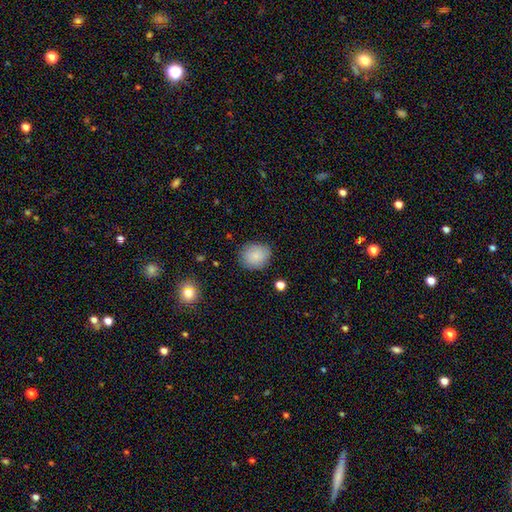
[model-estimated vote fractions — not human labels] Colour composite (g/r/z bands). It shows a smooth galaxy with no disk features (86%) that is round (68%). Merging: none (82%).